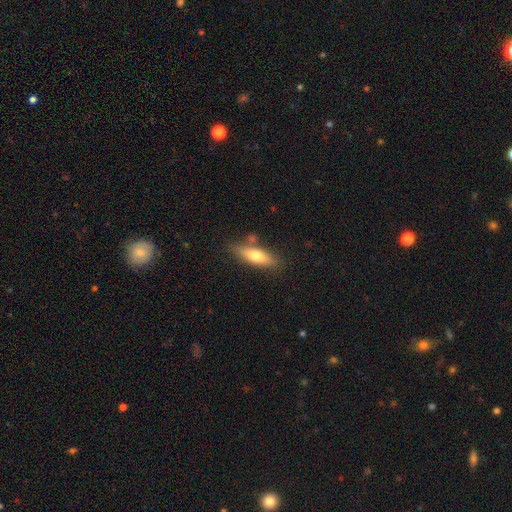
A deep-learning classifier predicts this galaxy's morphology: Overall: smooth (67%; featured or disk 27%). How rounded: cigar-shaped (50%; in between 47%). Merging: none (75%).